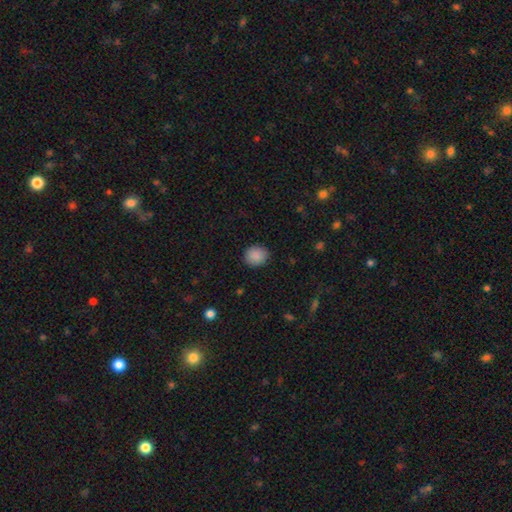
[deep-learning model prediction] Overall: smooth (89%). How rounded: round (75%). Merging: none (89%).